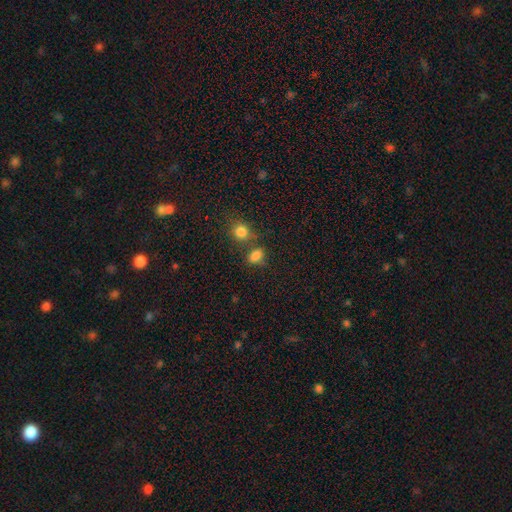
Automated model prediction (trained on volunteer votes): Overall: smooth (82%). How rounded: in between (73%). Merging: none (61%).